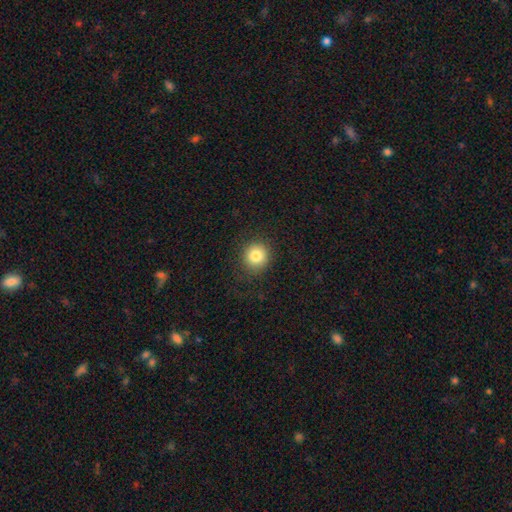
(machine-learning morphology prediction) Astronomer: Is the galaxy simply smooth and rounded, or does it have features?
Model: smooth — 82%.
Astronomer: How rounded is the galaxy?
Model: round — 90%.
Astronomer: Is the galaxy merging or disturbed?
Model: none — 87%.